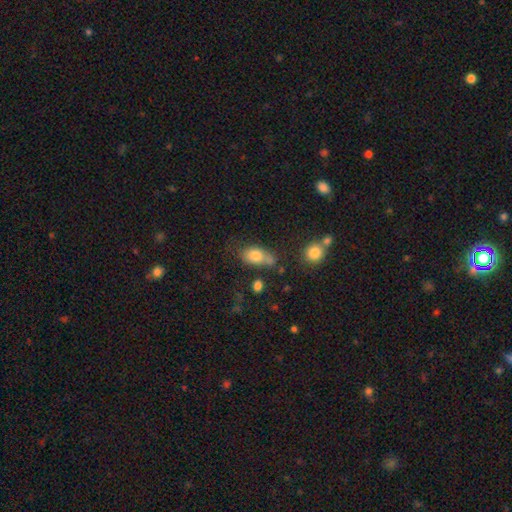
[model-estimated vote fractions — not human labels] The model was most divided on "merging": none: 46%, minor disturbance: 23%, merger: 21%, major disturbance: 10%. More confident: smooth or featured — smooth (79%); how rounded — in between (77%).